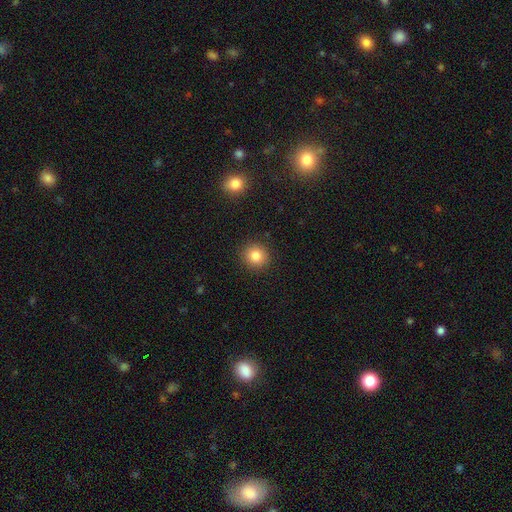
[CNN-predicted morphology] smooth_or_featured: smooth (p=0.83) [alt: star or artifact p=0.11]
how_rounded: round (p=0.90) [alt: in between p=0.09]
merging: none (p=0.91) [alt: minor disturbance p=0.06]